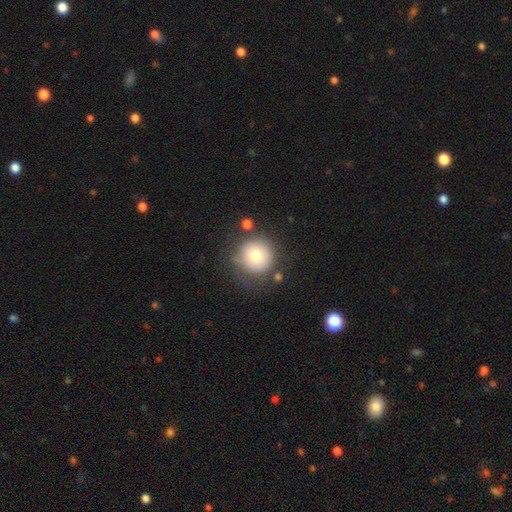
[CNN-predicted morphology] This is likely a smooth galaxy (74%). How rounded: clearly round (94%). Merging: likely none (68%).